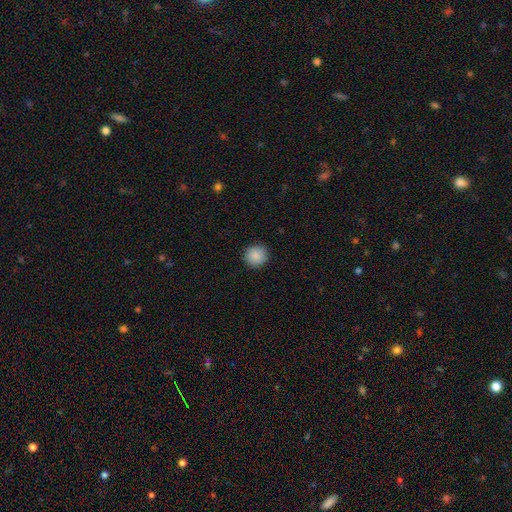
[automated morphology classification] type=smooth (89%); roundness=round (91%); merging=none (90%).